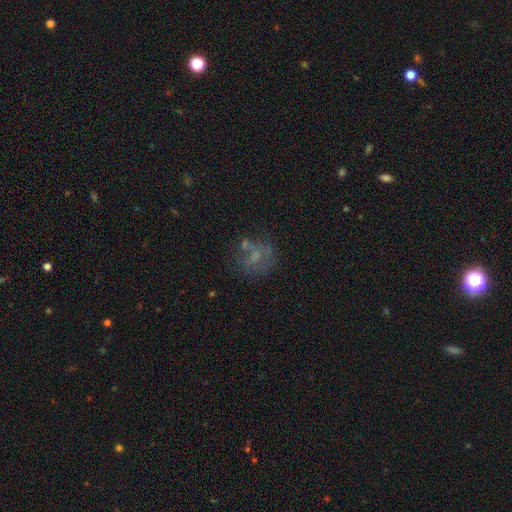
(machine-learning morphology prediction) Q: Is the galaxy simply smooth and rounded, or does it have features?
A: smooth — 42%.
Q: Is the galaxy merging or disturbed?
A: none — 51%.